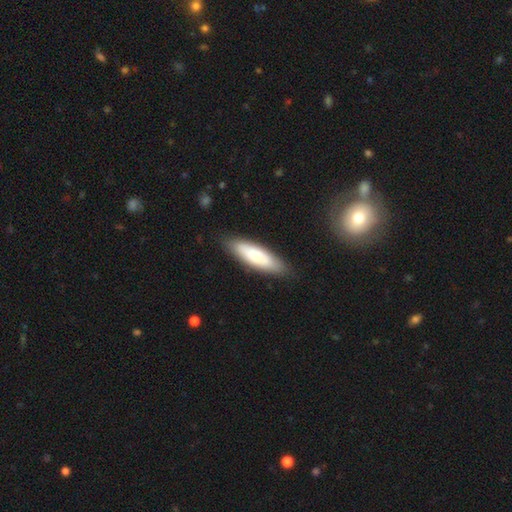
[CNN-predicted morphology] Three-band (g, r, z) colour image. It shows a smooth galaxy with no disk features (75%) that is cigar-shaped (52%). Merging: none (85%).